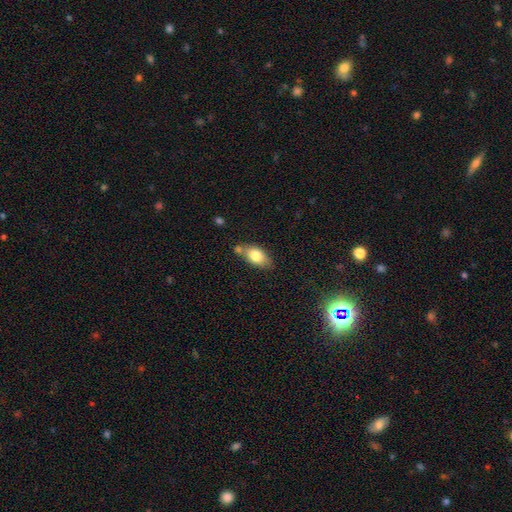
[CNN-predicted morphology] smooth_or_featured: smooth (p=0.78) [alt: featured or disk p=0.15]
how_rounded: in between (p=0.88) [alt: round p=0.08]
merging: none (p=0.60) [alt: minor disturbance p=0.19]